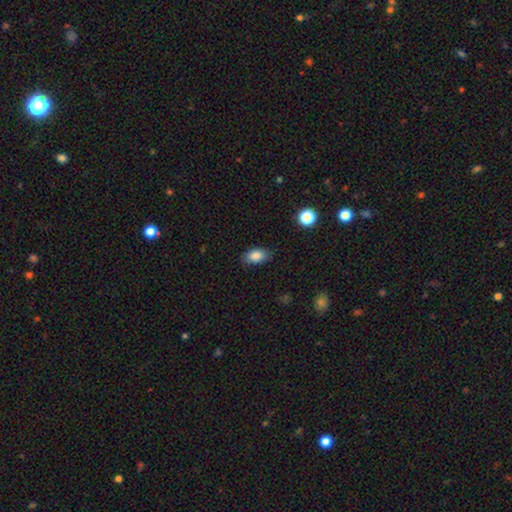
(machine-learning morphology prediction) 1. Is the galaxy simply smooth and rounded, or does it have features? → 86% smooth, 8% star or artifact, 6% featured or disk.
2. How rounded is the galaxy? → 91% in between, 7% round, 3% cigar-shaped.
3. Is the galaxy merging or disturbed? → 82% none, 14% minor disturbance, 3% major disturbance, 1% merger.